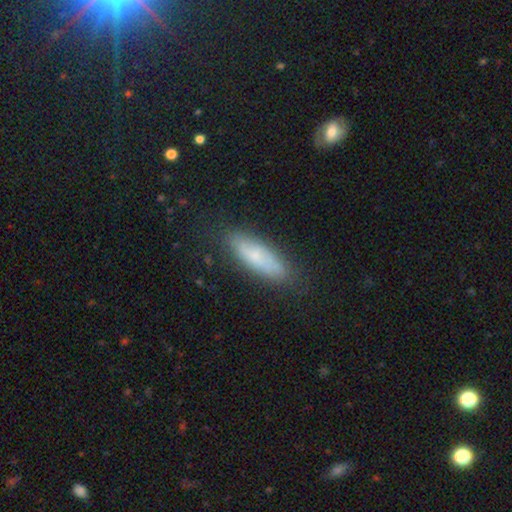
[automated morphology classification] Q: Smooth or featured?
A: smooth (69%); runner-up: featured or disk (24%)
Q: How rounded?
A: cigar-shaped (53%); runner-up: in between (45%)
Q: Merging?
A: none (82%); runner-up: minor disturbance (14%)